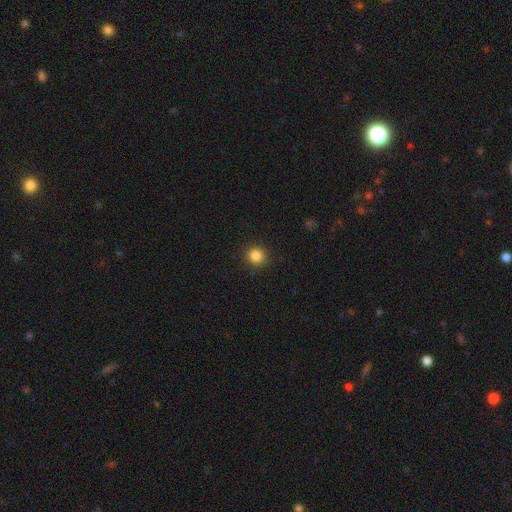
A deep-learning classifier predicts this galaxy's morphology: A smooth galaxy with no disk features (85%) that is round (91%). Merging: none (90%).